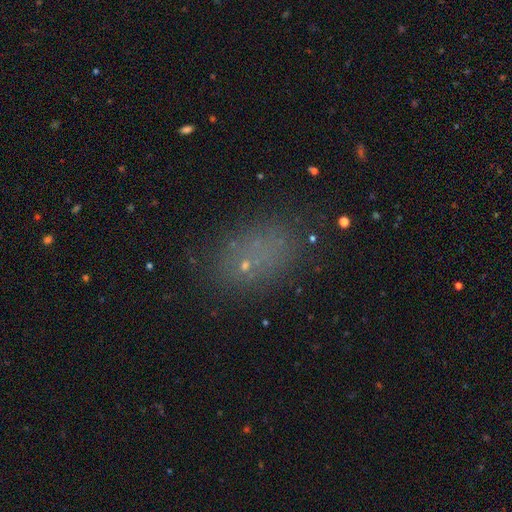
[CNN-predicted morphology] This is possibly a smooth galaxy (59%). How rounded: likely in between (78%). Merging: likely none (72%).